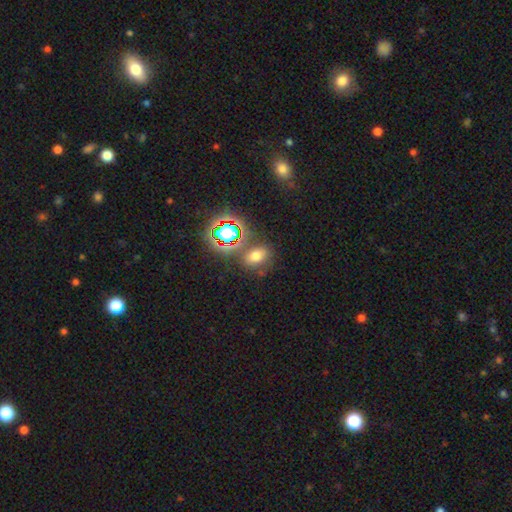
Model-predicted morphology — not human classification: smooth-or-featured: smooth: 60% | star or artifact: 29% | featured or disk: 11%
  how-rounded: in between: 63% | round: 35% | cigar-shaped: 2%
  merging: none: 70% | minor disturbance: 14% | merger: 10% | major disturbance: 6%